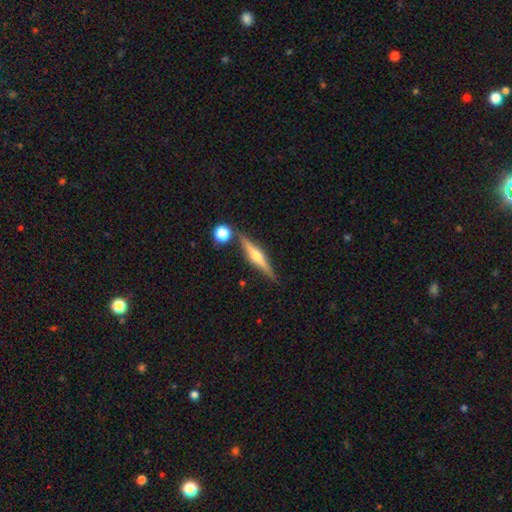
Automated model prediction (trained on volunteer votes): Smooth or featured? Predicted: featured or disk (p=0.75). Edge-on disk? Predicted: yes (p=0.97). Edge-on bulge? Predicted: rounded (p=0.94). Merging? Predicted: none (p=0.84).